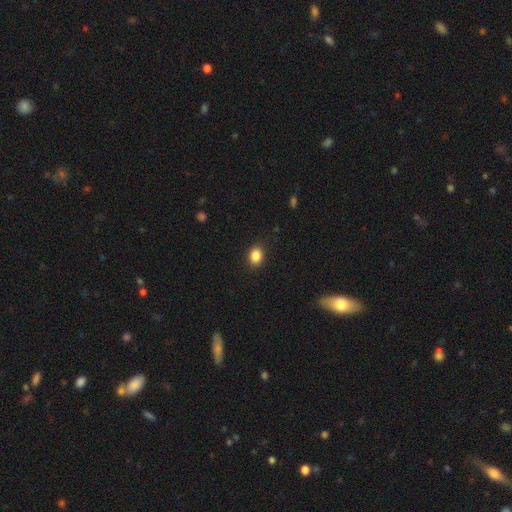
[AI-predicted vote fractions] Smooth or featured?
  - smooth: 87% *
  - star or artifact: 9%
  - featured or disk: 4%
How rounded?
  - in between: 61% *
  - round: 38%
  - cigar-shaped: 1%
Merging?
  - none: 88% *
  - minor disturbance: 8%
  - major disturbance: 2%
  - merger: 1%